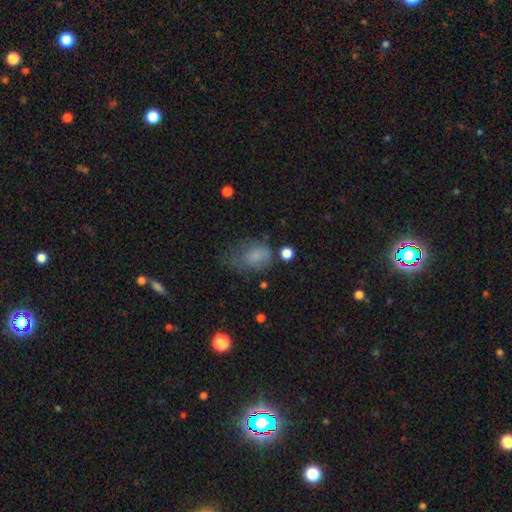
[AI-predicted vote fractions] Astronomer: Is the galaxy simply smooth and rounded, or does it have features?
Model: smooth — 69%.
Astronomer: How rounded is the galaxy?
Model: in between — 75%.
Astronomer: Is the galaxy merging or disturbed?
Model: none — 37% (runner-up: minor disturbance, 31%).